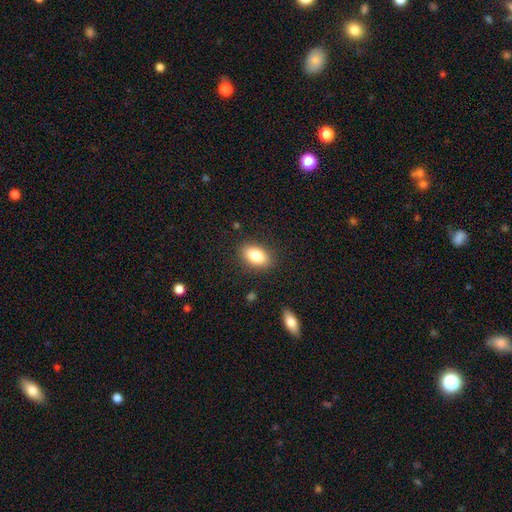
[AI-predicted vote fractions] A smooth galaxy with no disk features (84%) that is in between round and cigar-shaped (90%).

Vote fractions:
- Smooth or featured? smooth: 84% / featured or disk: 8% / star or artifact: 8%
- How rounded? in between: 90% / round: 7% / cigar-shaped: 3%
- Merging? none: 86% / minor disturbance: 10% / major disturbance: 3% / merger: 1%